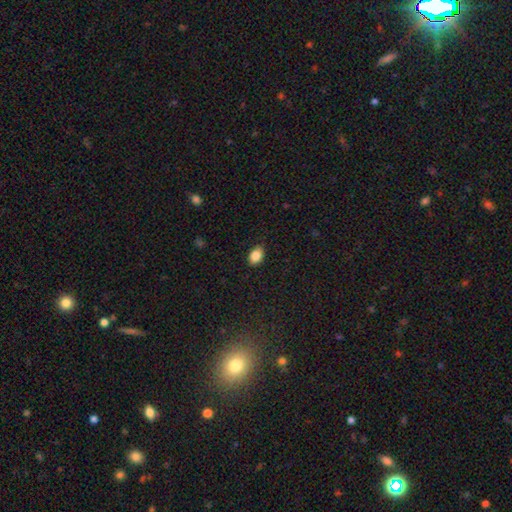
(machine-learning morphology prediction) This is clearly a smooth galaxy (86%). How rounded: clearly in between (84%). Merging: clearly none (85%).